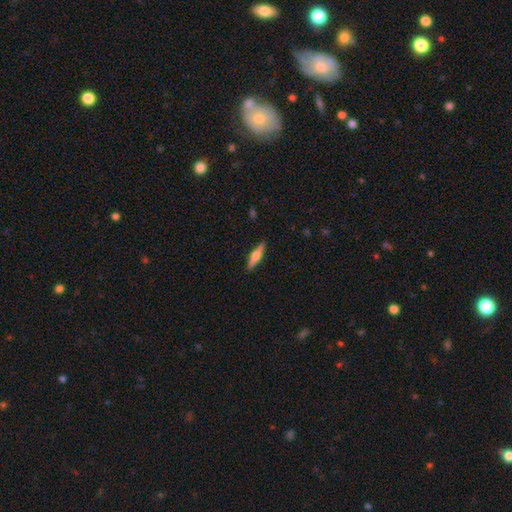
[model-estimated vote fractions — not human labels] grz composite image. It shows a smooth galaxy with no disk features (57%) that is cigar-shaped (68%). Merging: none (88%).